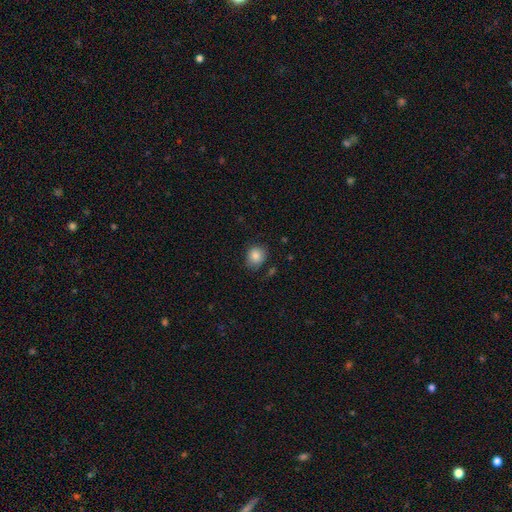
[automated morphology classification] smooth-or-featured: smooth: 85% | star or artifact: 9% | featured or disk: 6%
  how-rounded: round: 72% | in between: 27% | cigar-shaped: 1%
  merging: none: 74% | minor disturbance: 19% | major disturbance: 5% | merger: 2%